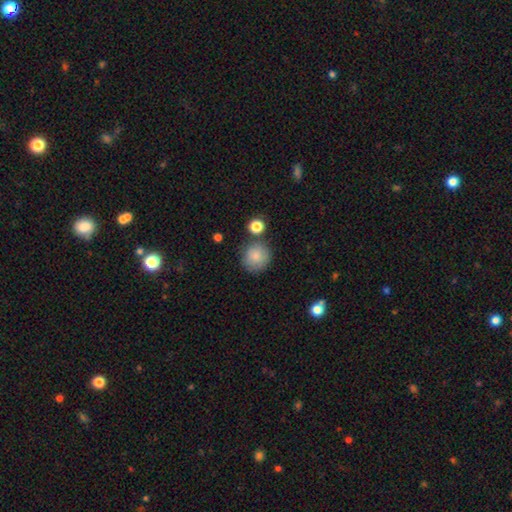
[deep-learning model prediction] smooth 85%, star or artifact 8%, featured or disk 7%. Down the decision tree: how rounded — round (90%); merging — none (73%).